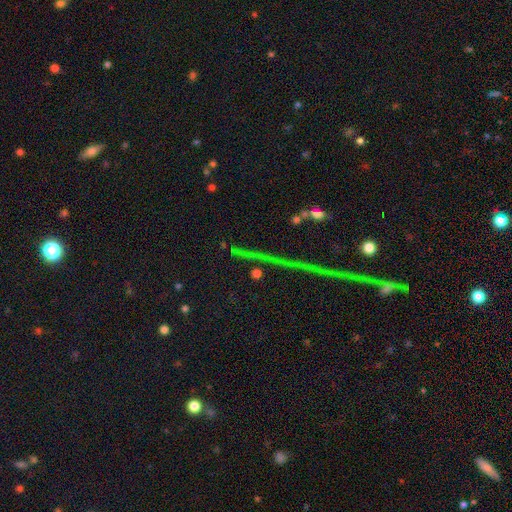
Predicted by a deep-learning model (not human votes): smooth-or-featured: star or artifact: 79% | featured or disk: 11% | smooth: 10%